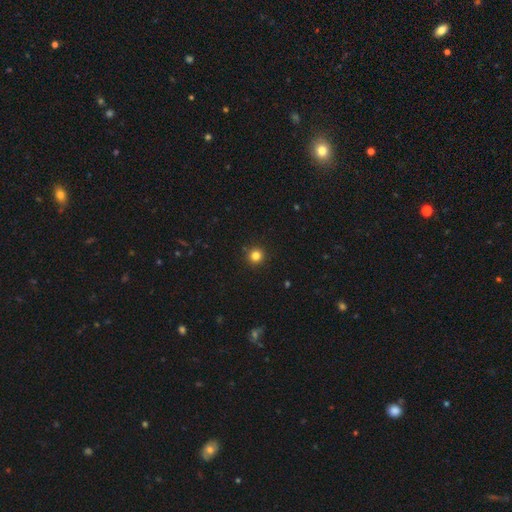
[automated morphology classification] smooth_or_featured: smooth (p=0.82) [alt: star or artifact p=0.13]
how_rounded: round (p=0.95) [alt: in between p=0.04]
merging: none (p=0.92) [alt: minor disturbance p=0.05]